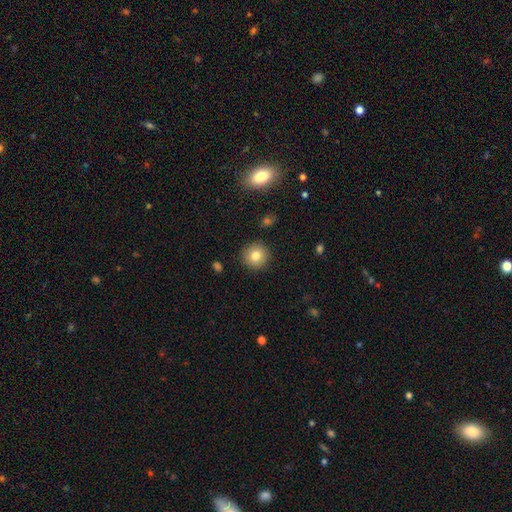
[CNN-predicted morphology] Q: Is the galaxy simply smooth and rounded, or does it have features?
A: smooth — 80%.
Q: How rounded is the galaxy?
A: round — 93%.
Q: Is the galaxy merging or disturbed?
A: none — 90%.